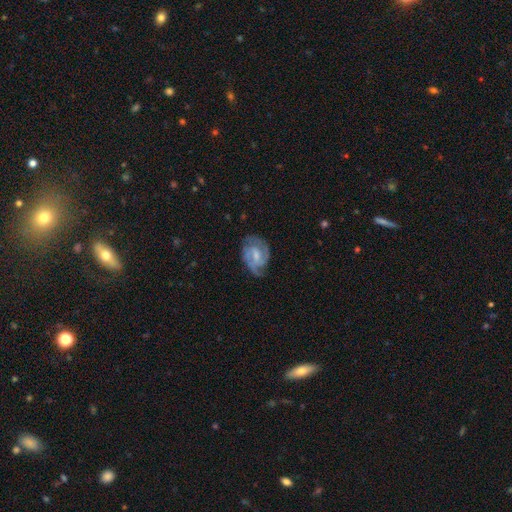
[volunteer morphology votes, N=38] Smooth or featured?
  - featured or disk: 79% *
  - smooth: 13%
  - star or artifact: 8%
Edge-on disk?
  - no: 100% *
  - yes: 0%
Bar?
  - weak: 60% *
  - no: 23%
  - strong: 17%
Spiral arms?
  - yes: 87% *
  - no: 13%
Spiral winding?
  - tight: 46% *
  - medium: 38%
  - loose: 15%
Spiral arm count?
  - 2: 69% *
  - 3: 12%
  - can't tell: 12%
  - 1: 4%
  - 4: 4%
  - more than 4: 0%
Bulge size?
  - small: 47% *
  - moderate: 40%
  - large: 7%
  - none: 7%
  - dominant: 0%
Merging?
  - none: 60% *
  - minor disturbance: 31%
  - major disturbance: 9%
  - merger: 0%